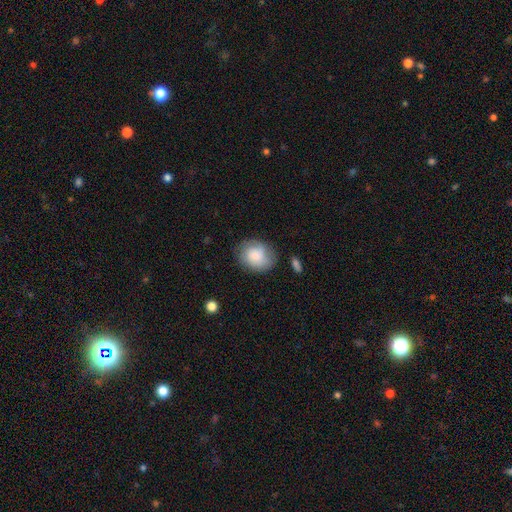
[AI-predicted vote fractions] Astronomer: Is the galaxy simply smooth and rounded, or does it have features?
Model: smooth — 73%.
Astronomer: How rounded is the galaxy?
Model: round — 61% (runner-up: in between, 38%).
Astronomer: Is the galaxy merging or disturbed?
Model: none — 71%.